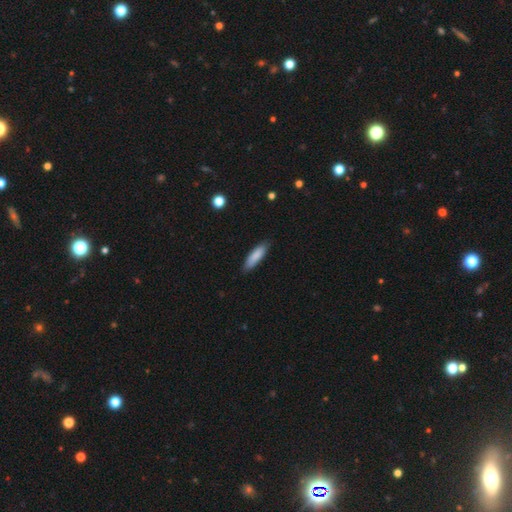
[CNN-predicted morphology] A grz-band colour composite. It shows a smooth galaxy with no disk features (85%) that is cigar-shaped (63%). Merging: none (84%).